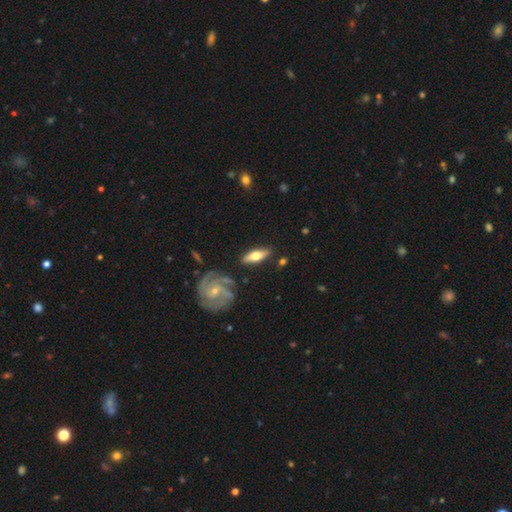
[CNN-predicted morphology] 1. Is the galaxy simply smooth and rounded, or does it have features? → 55% featured or disk, 40% smooth, 6% star or artifact.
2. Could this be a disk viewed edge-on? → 66% yes, 34% no.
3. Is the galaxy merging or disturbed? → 82% none, 12% minor disturbance, 4% merger, 3% major disturbance.